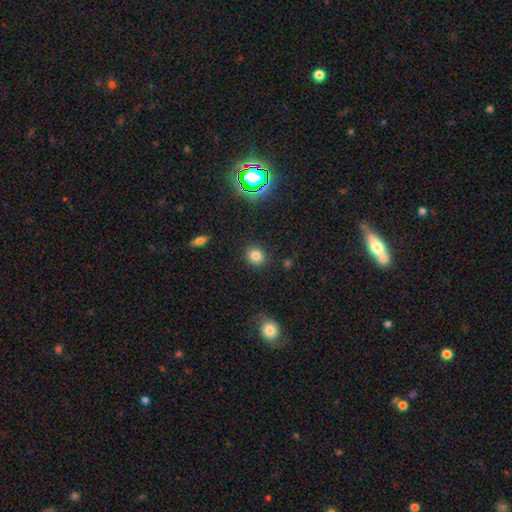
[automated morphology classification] The model was most divided on "how rounded": round: 79%, in between: 20%, cigar-shaped: 1%. More confident: merging — none (88%); smooth or featured — smooth (79%).